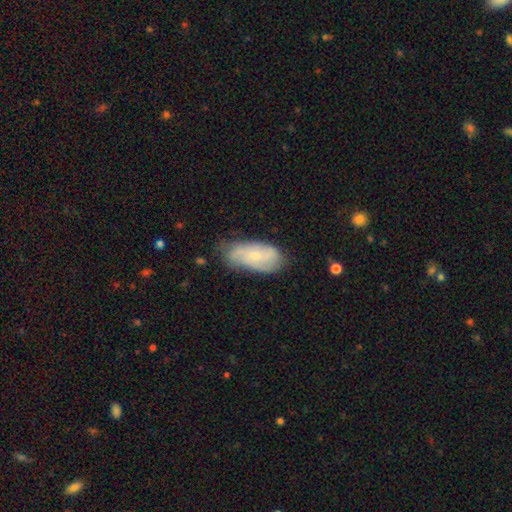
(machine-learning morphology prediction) A featured or disk galaxy (57%) with no bar (69%), spiral arms (86%) and a small central bulge (68%).

Vote fractions:
- Smooth or featured? featured or disk: 57% / smooth: 37% / star or artifact: 7%
- Edge-on disk? no: 94% / yes: 6%
- Bar? no: 69% / weak: 26% / strong: 5%
- Spiral arms? yes: 86% / no: 14%
- Bulge size? small: 68% / moderate: 24% / none: 5% / large: 1% / dominant: 1%
- Merging? none: 61% / minor disturbance: 29% / major disturbance: 7% / merger: 2%